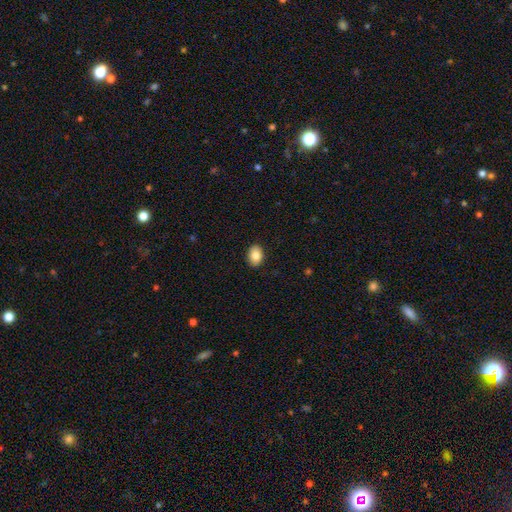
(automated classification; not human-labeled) Overall: smooth (86%). How rounded: in between (74%). Merging: none (90%).